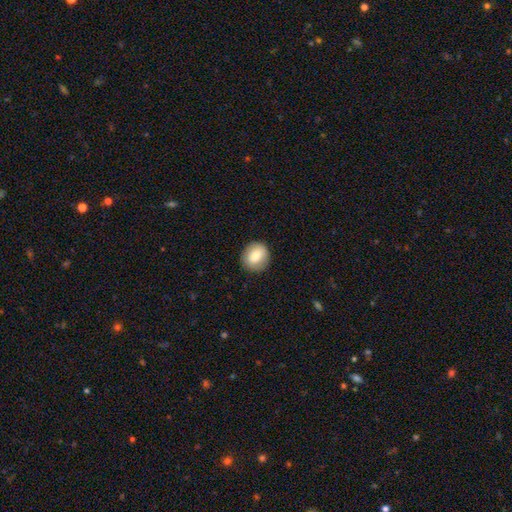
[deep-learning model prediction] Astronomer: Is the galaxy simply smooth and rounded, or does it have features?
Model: smooth — 80%.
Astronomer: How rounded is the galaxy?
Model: round — 83%.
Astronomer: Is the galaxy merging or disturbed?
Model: none — 88%.